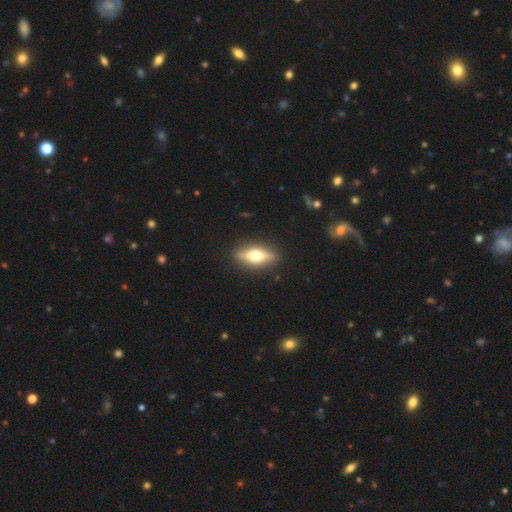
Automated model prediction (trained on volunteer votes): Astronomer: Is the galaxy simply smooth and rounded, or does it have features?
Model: featured or disk — 56% (runner-up: smooth, 38%).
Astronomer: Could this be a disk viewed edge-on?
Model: yes — 89%.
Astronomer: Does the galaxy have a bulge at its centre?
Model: rounded — 96%.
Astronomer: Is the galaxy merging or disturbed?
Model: none — 90%.